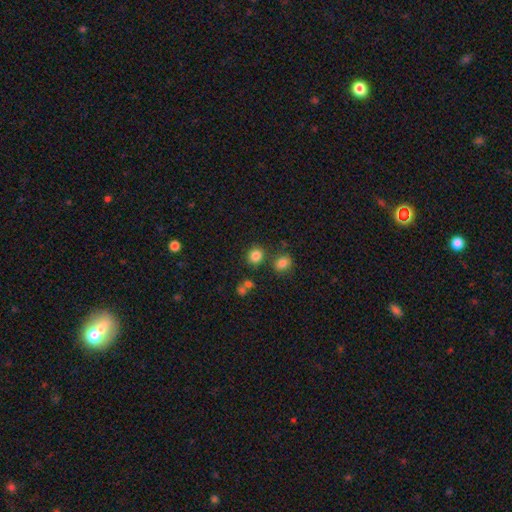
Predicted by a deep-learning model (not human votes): Smooth or featured? Predicted: smooth (p=0.82). How rounded? Predicted: round (p=0.75). Merging? Predicted: none (p=0.77).